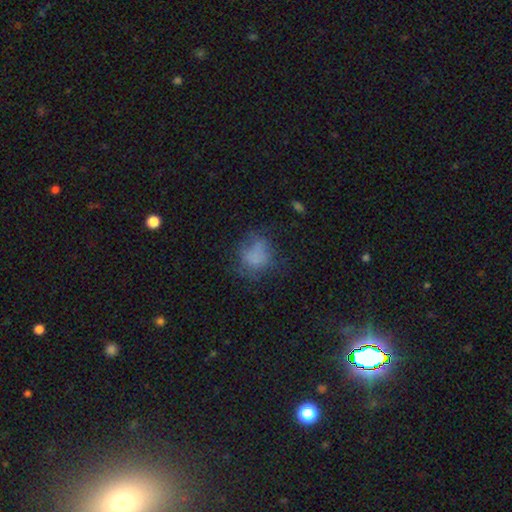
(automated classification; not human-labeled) Q: Smooth or featured?
A: smooth (66%); runner-up: featured or disk (20%)
Q: How rounded?
A: round (64%); runner-up: in between (34%)
Q: Merging?
A: none (49%); runner-up: minor disturbance (25%)